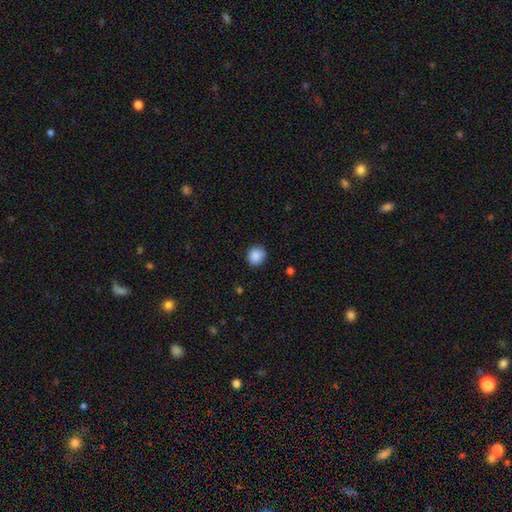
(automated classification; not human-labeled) Smooth or featured? Predicted: smooth (p=0.88). How rounded? Predicted: round (p=0.83). Merging? Predicted: none (p=0.86).